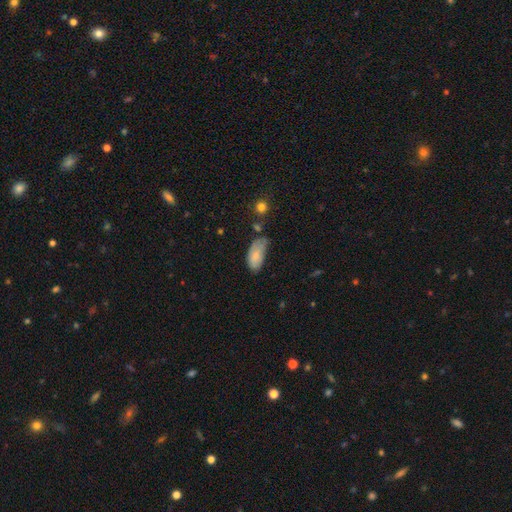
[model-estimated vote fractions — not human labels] Smooth or featured: smooth — 75% (featured or disk — 18%)
How rounded: in between — 92% (cigar-shaped — 5%)
Merging: minor disturbance — 42% (none — 40%)